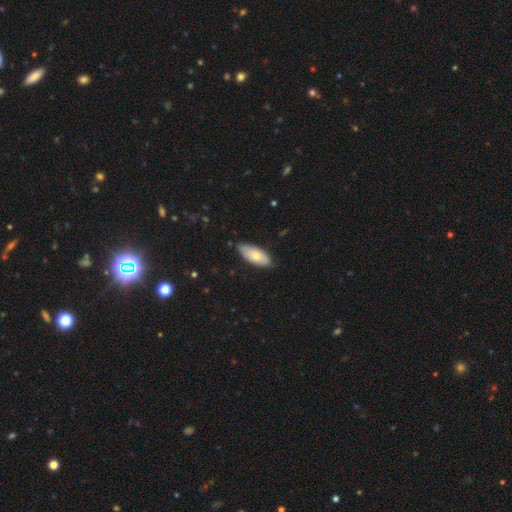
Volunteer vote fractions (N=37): This appears to be a smooth galaxy with no disk features (70%) that is in between round and cigar-shaped (88%). Merging: none (75%).